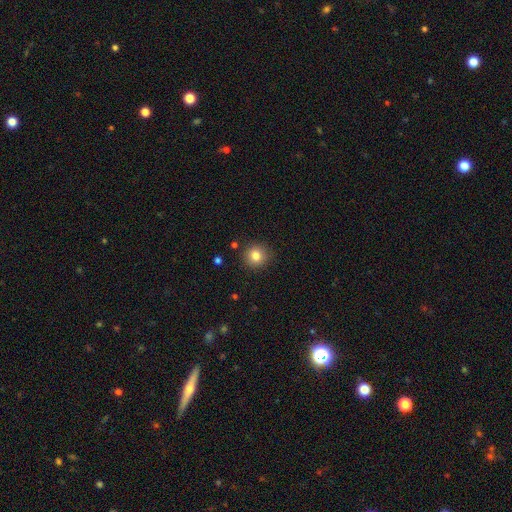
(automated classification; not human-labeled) smooth-or-featured: smooth: 82% | star or artifact: 11% | featured or disk: 7%
  how-rounded: round: 92% | in between: 8% | cigar-shaped: 1%
  merging: none: 90% | minor disturbance: 7% | major disturbance: 2% | merger: 2%